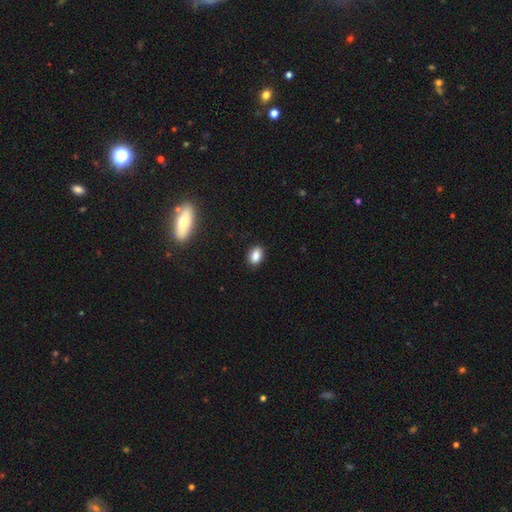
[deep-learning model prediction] A smooth galaxy with no disk features (86%) that is in between round and cigar-shaped (81%).

Vote fractions:
- Smooth or featured? smooth: 86% / star or artifact: 9% / featured or disk: 4%
- How rounded? in between: 81% / round: 18% / cigar-shaped: 2%
- Merging? none: 88% / minor disturbance: 9% / major disturbance: 2% / merger: 1%